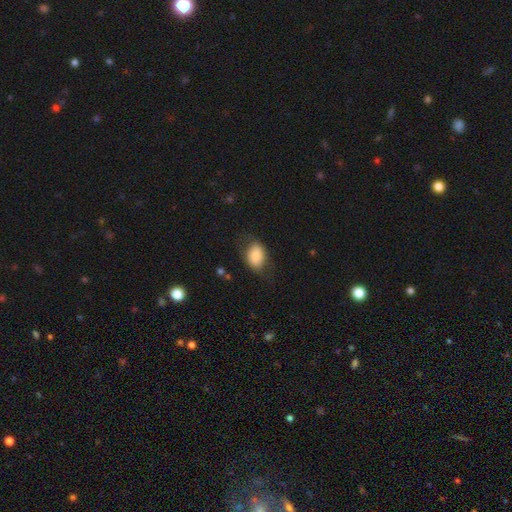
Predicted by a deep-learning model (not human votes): smooth 82%, featured or disk 11%, star or artifact 7%. Down the decision tree: how rounded — in between (77%); merging — none (65%).